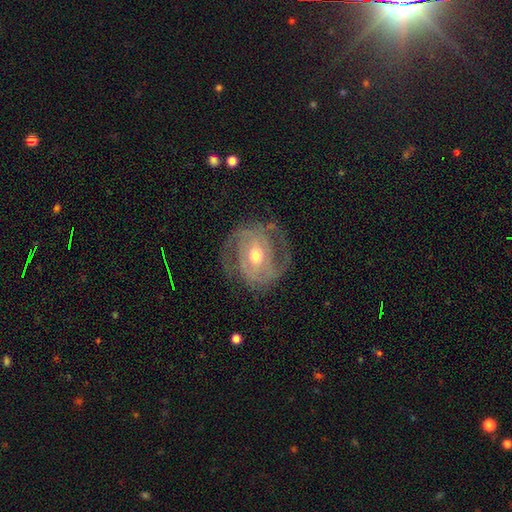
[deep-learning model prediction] smooth-or-featured: featured or disk: 84% | smooth: 11% | star or artifact: 6%
  disk-edge-on: no: 97% | yes: 3%
    bar: no: 41% | weak: 38% | strong: 22%
    has-spiral-arms: yes: 88% | no: 12%
      spiral-winding: tight: 44% | medium: 42% | loose: 14%
      spiral-arm-count: 2: 71% | can't tell: 14% | 3: 7% | 1: 3% | 4: 2% | more than 4: 2%
    bulge-size: moderate: 63% | small: 32% | large: 3% | none: 1% | dominant: 1%
  merging: none: 70% | minor disturbance: 17% | major disturbance: 12% | merger: 1%